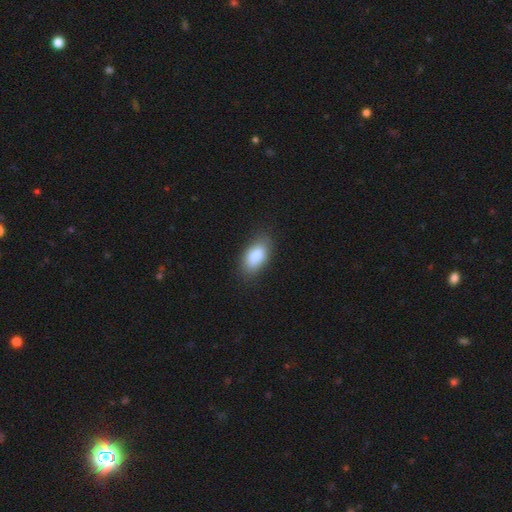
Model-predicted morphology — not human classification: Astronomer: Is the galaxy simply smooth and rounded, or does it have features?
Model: smooth — 86%.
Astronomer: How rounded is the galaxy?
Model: in between — 91%.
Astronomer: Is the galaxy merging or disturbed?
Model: none — 82%.